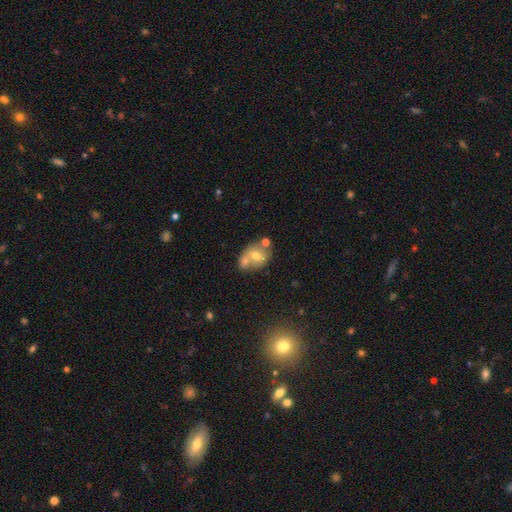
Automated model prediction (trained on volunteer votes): A smooth galaxy with no disk features (57%) that is in between round and cigar-shaped (52%).

Vote fractions:
- Smooth or featured? smooth: 57% / featured or disk: 33% / star or artifact: 10%
- How rounded? in between: 52% / round: 47% / cigar-shaped: 1%
- Merging? merger: 45% / none: 37% / minor disturbance: 13% / major disturbance: 5%